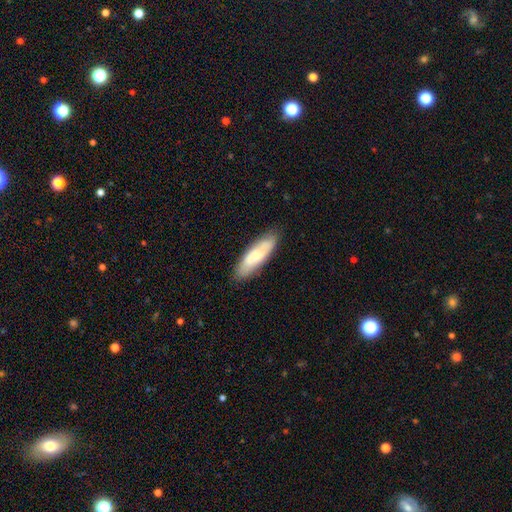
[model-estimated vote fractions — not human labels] Smooth or featured: smooth — 65% (featured or disk — 29%)
How rounded: cigar-shaped — 49% (tied with in between — 49%)
Merging: none — 84% (minor disturbance — 13%)